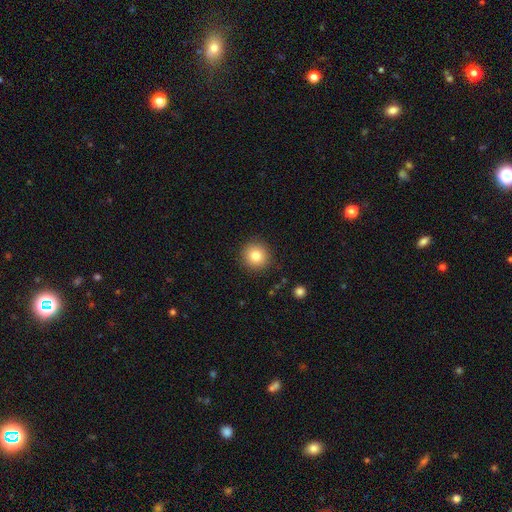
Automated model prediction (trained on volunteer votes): Smooth or featured? smooth (82%)
How rounded? round (93%)
Merging? none (89%)